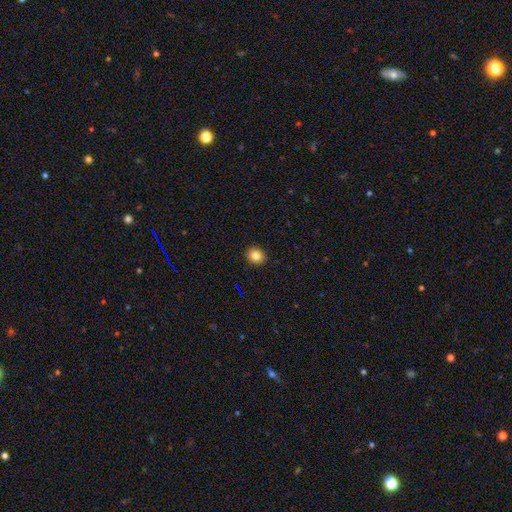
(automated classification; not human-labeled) smooth_or_featured: smooth (p=0.83) [alt: star or artifact p=0.11]
how_rounded: round (p=0.77) [alt: in between p=0.22]
merging: none (p=0.92) [alt: minor disturbance p=0.05]